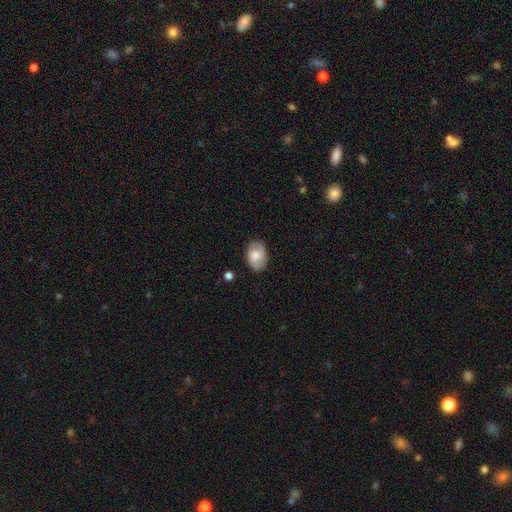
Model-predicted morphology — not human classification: Q: Smooth or featured?
A: smooth (66%); runner-up: featured or disk (27%)
Q: How rounded?
A: in between (84%); runner-up: round (15%)
Q: Merging?
A: none (77%); runner-up: minor disturbance (17%)